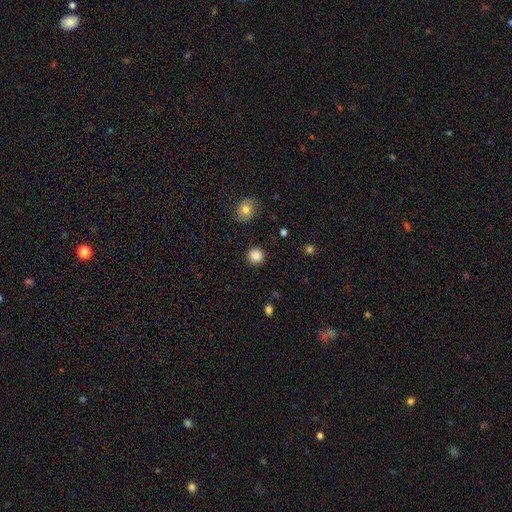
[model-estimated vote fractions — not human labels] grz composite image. It shows a smooth galaxy with no disk features (86%) that is round (92%). Merging: none (90%).